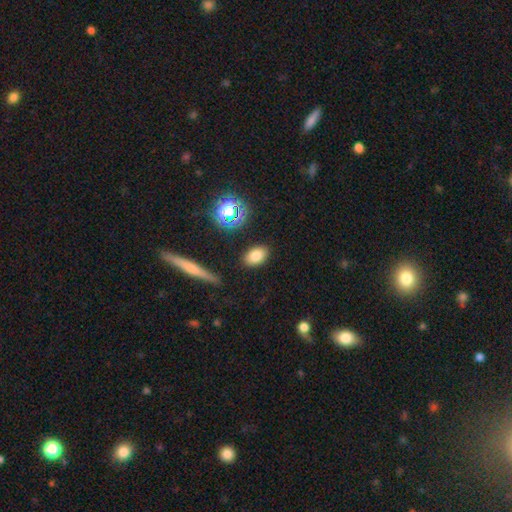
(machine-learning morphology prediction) A smooth galaxy with no disk features (80%) that is in between round and cigar-shaped (83%).

Vote fractions:
- Smooth or featured? smooth: 80% / star or artifact: 12% / featured or disk: 8%
- How rounded? in between: 83% / round: 14% / cigar-shaped: 2%
- Merging? none: 86% / minor disturbance: 9% / major disturbance: 3% / merger: 2%